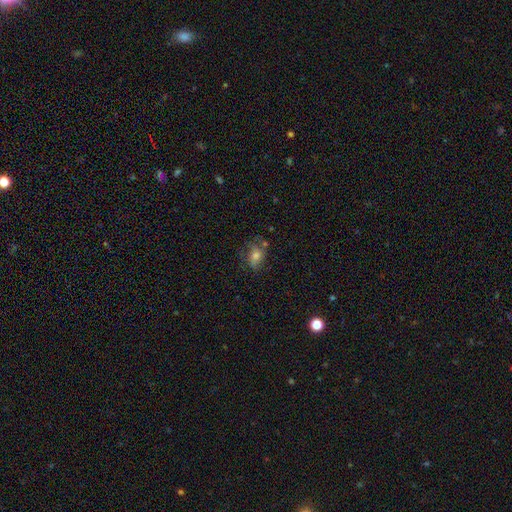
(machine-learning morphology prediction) The model was most divided on "smooth or featured": smooth: 51%, featured or disk: 35%, star or artifact: 14%. More confident: how rounded — in between (64%); merging — none (53%).